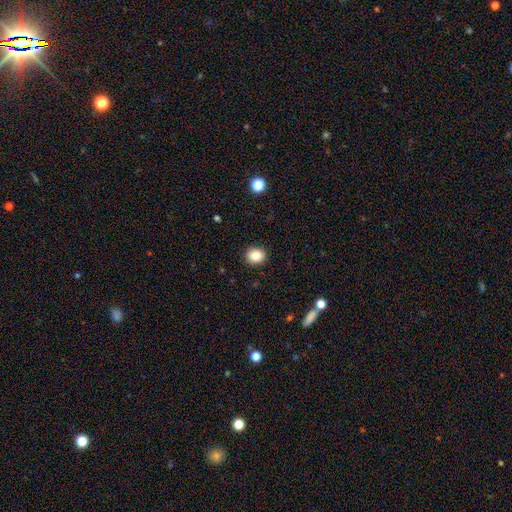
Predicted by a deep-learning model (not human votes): A smooth galaxy with no disk features (86%) that is round (71%). Merging: none (90%).